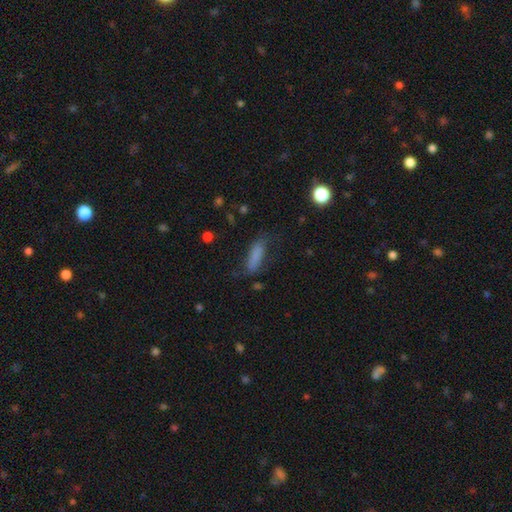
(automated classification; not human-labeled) A smooth galaxy with no disk features (76%) that is cigar-shaped (50%).

Vote fractions:
- Smooth or featured? smooth: 76% / featured or disk: 13% / star or artifact: 10%
- How rounded? cigar-shaped: 50% / in between: 47% / round: 3%
- Merging? none: 56% / minor disturbance: 27% / major disturbance: 15% / merger: 3%